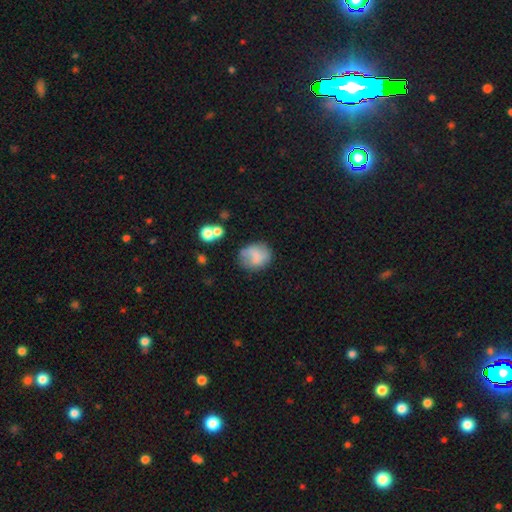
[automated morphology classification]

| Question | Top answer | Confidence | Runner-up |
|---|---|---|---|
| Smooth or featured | smooth | 68% | featured or disk (22%) |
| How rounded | round | 58% | in between (41%) |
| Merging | none | 56% | minor disturbance (24%) |